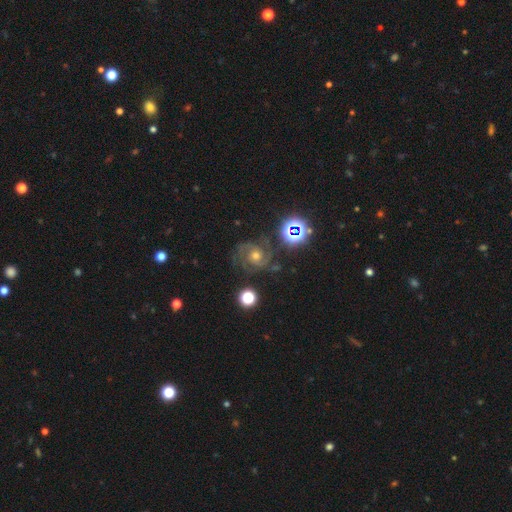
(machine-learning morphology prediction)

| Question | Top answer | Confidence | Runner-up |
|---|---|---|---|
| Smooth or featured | featured or disk | 76% | star or artifact (16%) |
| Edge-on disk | no | 98% | yes (2%) |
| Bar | no | 72% | weak (22%) |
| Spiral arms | yes | 97% | no (3%) |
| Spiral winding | tight | 47% | medium (44%) |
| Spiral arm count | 3 | 37% | 2 (34%) |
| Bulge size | moderate | 67% | small (23%) |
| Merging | none | 69% | minor disturbance (17%) |